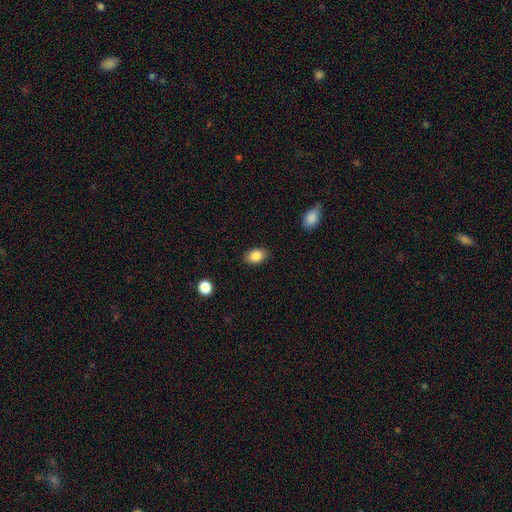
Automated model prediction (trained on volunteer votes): smooth_or_featured: smooth (p=0.86) [alt: star or artifact p=0.08]
how_rounded: in between (p=0.82) [alt: round p=0.17]
merging: none (p=0.87) [alt: minor disturbance p=0.10]